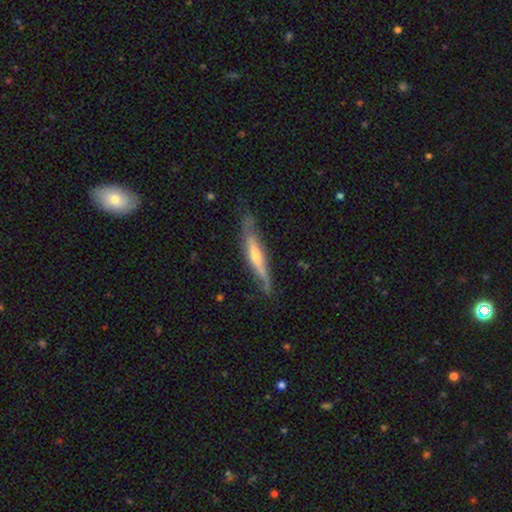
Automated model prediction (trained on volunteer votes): Smooth or featured? featured or disk (67%)
Edge-on disk? yes (87%)
Edge-on bulge? rounded (67%)
Merging? none (72%)